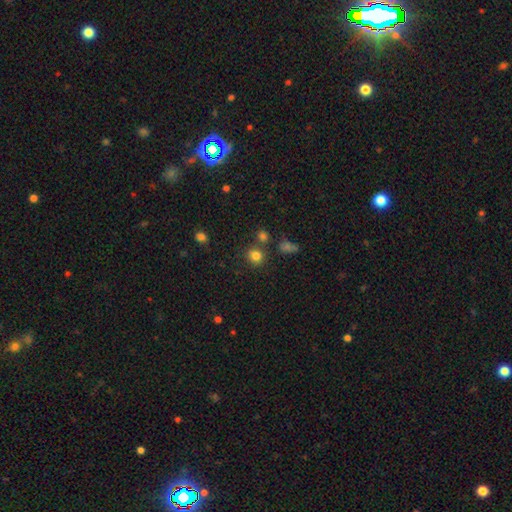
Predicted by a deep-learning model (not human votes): A smooth galaxy with no disk features (80%) that is round (87%). Merging: none (76%).